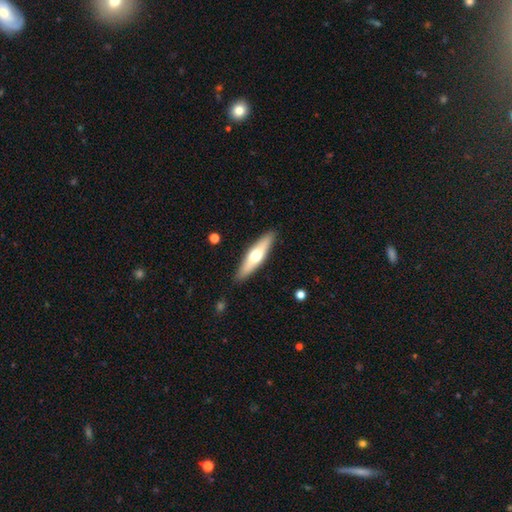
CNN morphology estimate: Overall: featured or disk (48%; smooth 47%). Merging: none (89%).